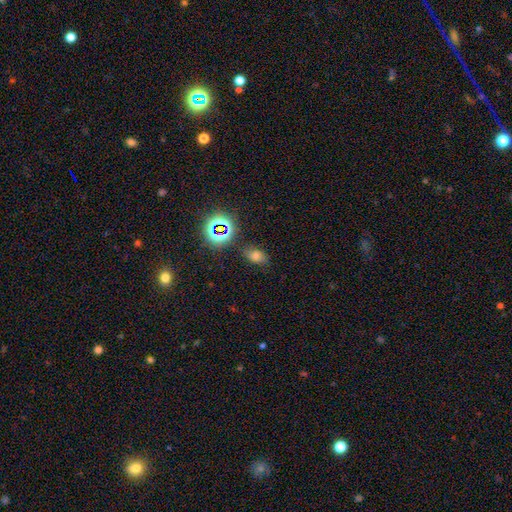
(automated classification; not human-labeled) Smooth or featured: smooth — 56% (star or artifact — 32%)
How rounded: in between — 79% (round — 18%)
Merging: none — 79% (minor disturbance — 15%)